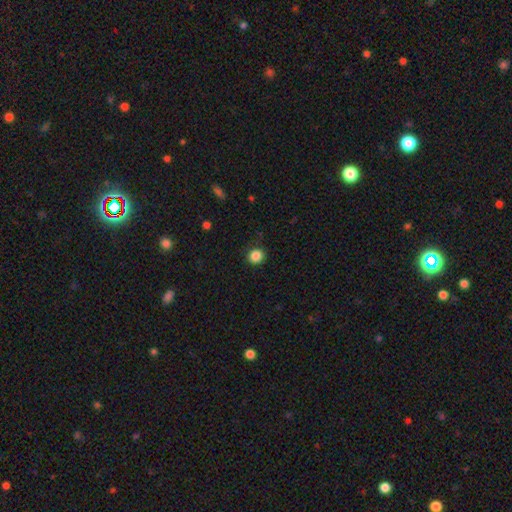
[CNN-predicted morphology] A smooth galaxy with no disk features (86%) that is round (88%). Merging: none (89%).